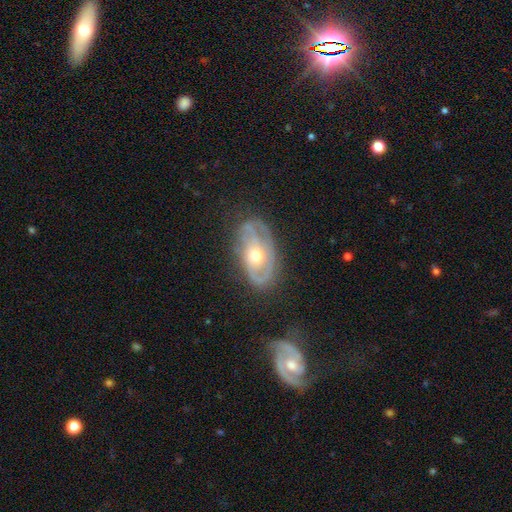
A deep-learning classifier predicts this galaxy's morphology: Overall: featured or disk (76%). Edge-on disk: no (93%). Bar: no (76%). Spiral arms: yes (77%). Spiral arm count: 2 (41%; can't tell 33%). Spiral winding: tight (49%; medium 34%). Bulge size: moderate (71%). Merging: none (67%).